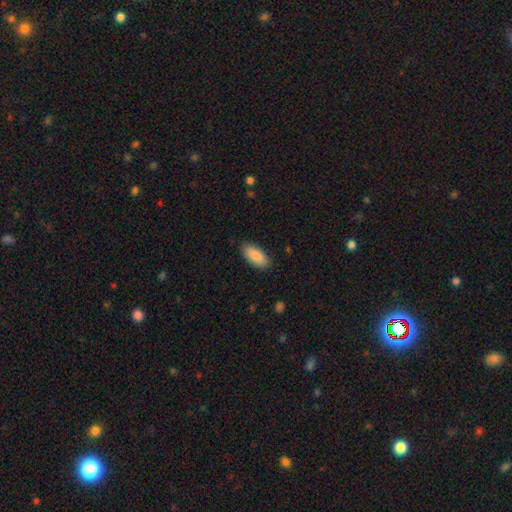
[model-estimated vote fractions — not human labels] Smooth or featured? smooth (89%)
How rounded? in between (88%)
Merging? none (88%)